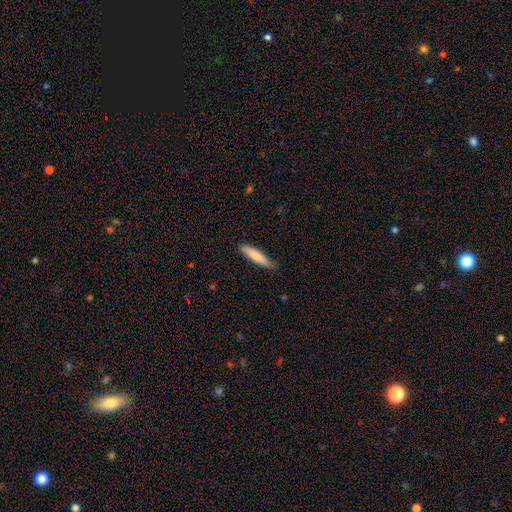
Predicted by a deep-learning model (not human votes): Smooth or featured? Predicted: smooth (p=0.78). How rounded? Predicted: cigar-shaped (p=0.81). Merging? Predicted: none (p=0.80).